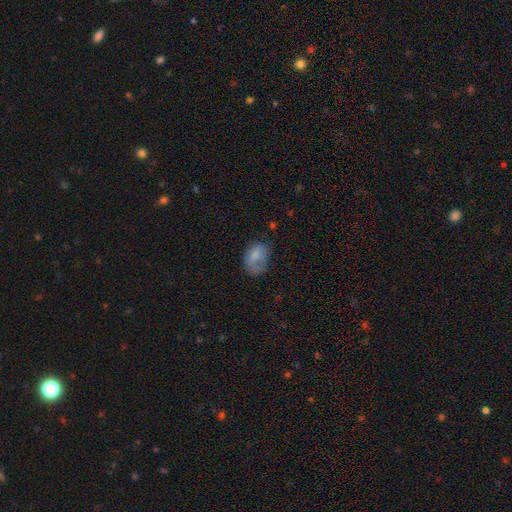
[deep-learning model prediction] smooth 74%, featured or disk 17%, star or artifact 9%. Down the decision tree: how rounded — in between (77%); merging — none (40%).